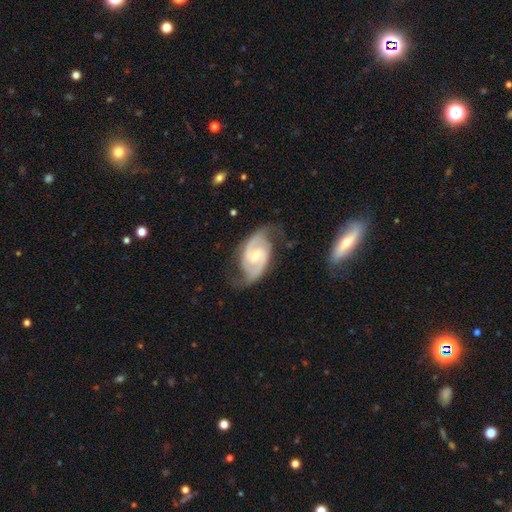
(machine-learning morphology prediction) This is clearly a featured or disk galaxy (89%). It is clearly not viewed edge-on (97%). Bar: possibly weak (50%). Spiral arm pattern: clearly yes (97%). Spiral arm count: clearly 2 (91%). Spiral winding: possibly medium (52%). Central bulge: possibly moderate (60%). Merging: likely none (70%).